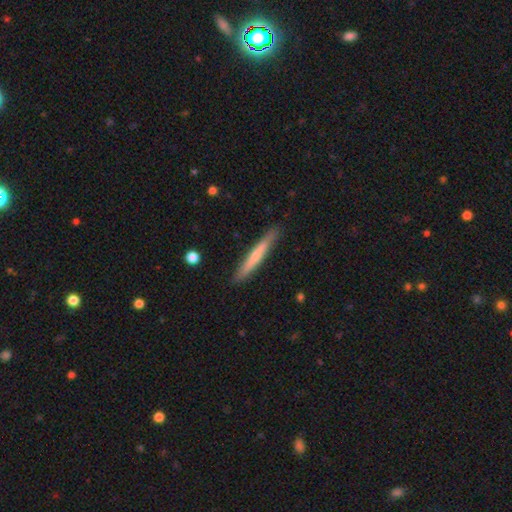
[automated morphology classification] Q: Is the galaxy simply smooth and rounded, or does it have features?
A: smooth — 57%.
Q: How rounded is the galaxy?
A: cigar-shaped — 96%.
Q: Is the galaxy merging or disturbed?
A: none — 89%.